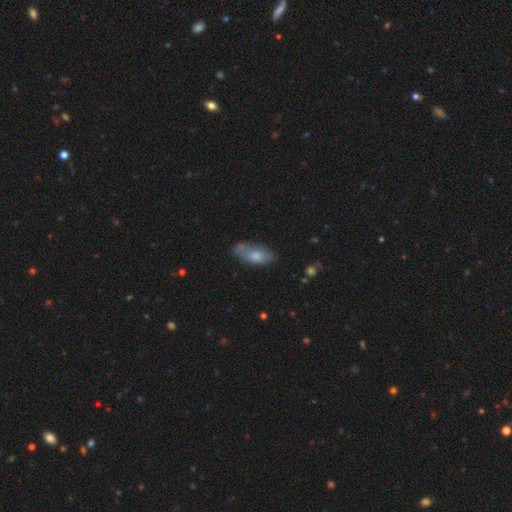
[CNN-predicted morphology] A smooth galaxy with no disk features (71%) that is in between round and cigar-shaped (87%).

Vote fractions:
- Smooth or featured? smooth: 71% / featured or disk: 22% / star or artifact: 7%
- How rounded? in between: 87% / cigar-shaped: 10% / round: 3%
- Merging? none: 55% / minor disturbance: 28% / major disturbance: 9% / merger: 7%